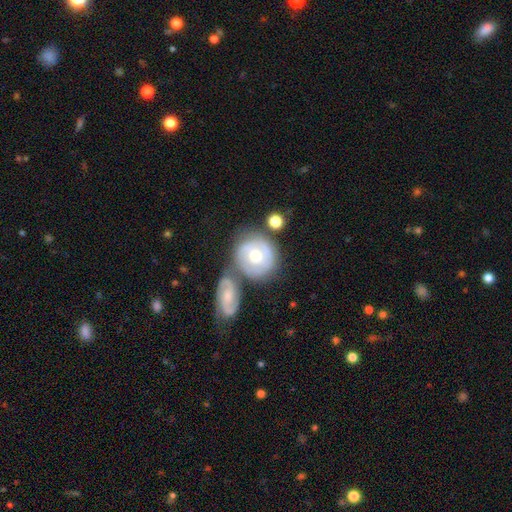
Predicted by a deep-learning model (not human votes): Morphology: type=featured or disk (62%); edge-on=no (95%); bar=no (69%); spiral arms=yes (75%); bulge=moderate (73%); merging=none (49%).